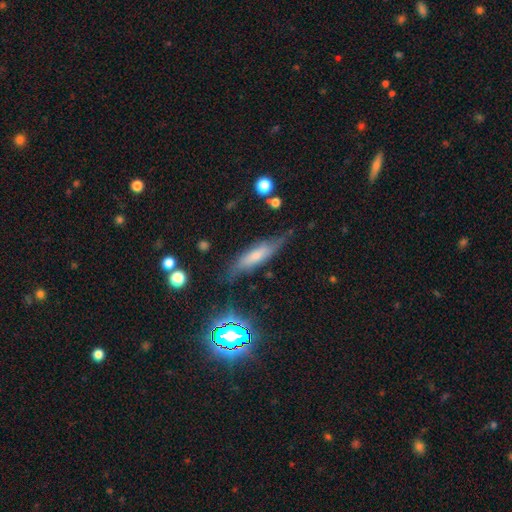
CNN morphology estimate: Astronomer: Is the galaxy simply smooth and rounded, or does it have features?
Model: smooth — 54% (runner-up: featured or disk, 35%).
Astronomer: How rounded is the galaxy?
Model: cigar-shaped — 67%.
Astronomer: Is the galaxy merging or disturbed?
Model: none — 66%.